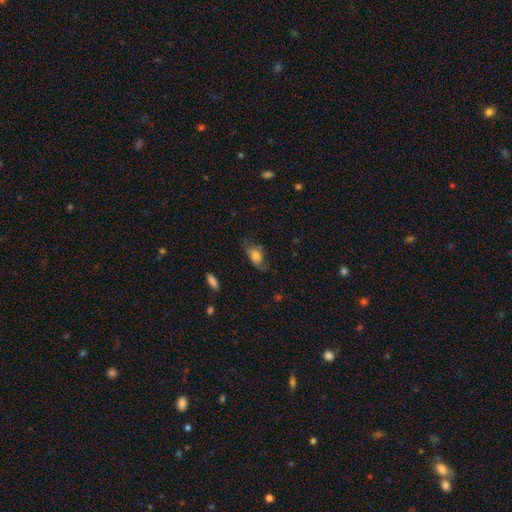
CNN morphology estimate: type=smooth (65%); roundness=in between (84%); merging=none (50%).